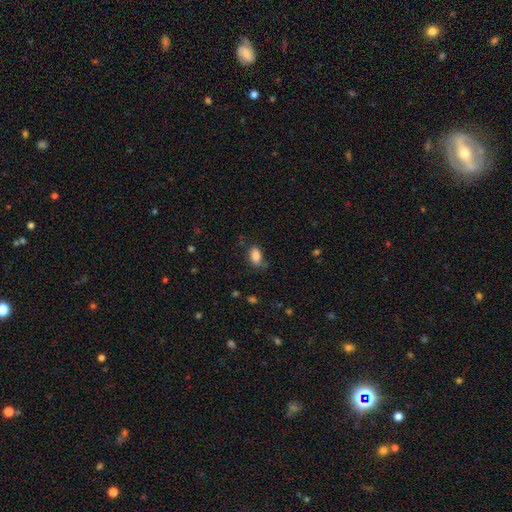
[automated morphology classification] Smooth or featured? Predicted: smooth (p=0.85). How rounded? Predicted: in between (p=0.90). Merging? Predicted: none (p=0.64).